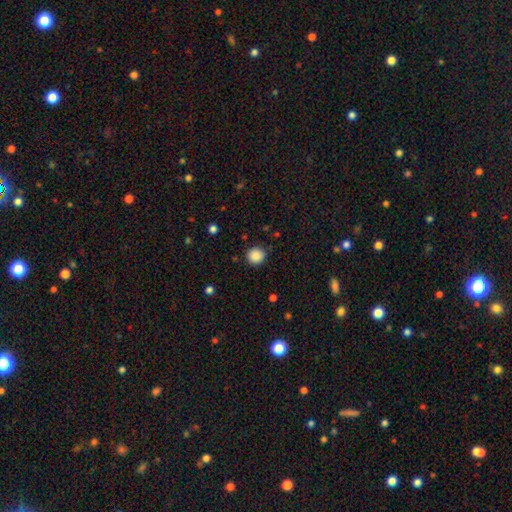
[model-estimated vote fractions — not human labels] Overall: smooth (88%). How rounded: round (91%). Merging: none (88%).